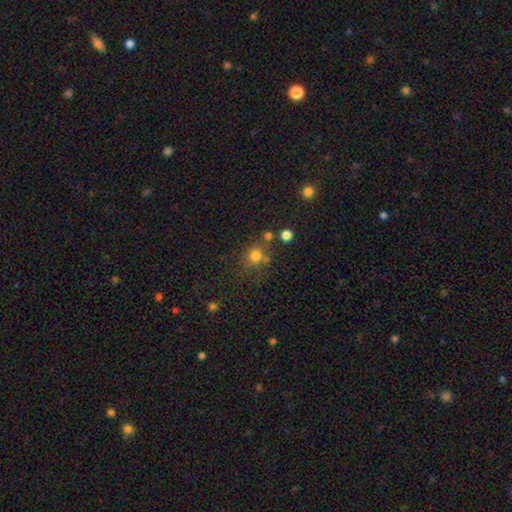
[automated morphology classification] Smooth or featured: smooth — 75% (star or artifact — 17%)
How rounded: round — 85% (in between — 14%)
Merging: none — 66% (merger — 14%)